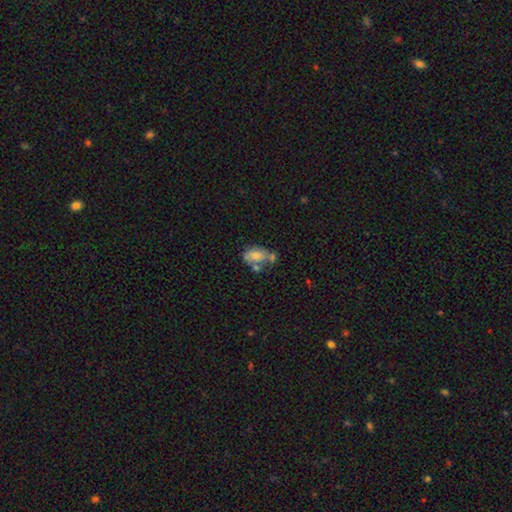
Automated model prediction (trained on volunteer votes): Smooth or featured: smooth — 67% (featured or disk — 24%)
How rounded: in between — 89% (round — 9%)
Merging: none — 33% (merger — 32%)